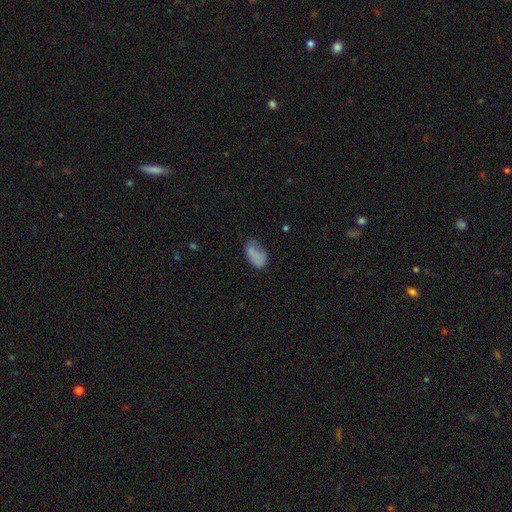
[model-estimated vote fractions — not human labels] This appears to be a smooth galaxy with no disk features (75%) that is in between round and cigar-shaped (92%). Merging: none (47%).